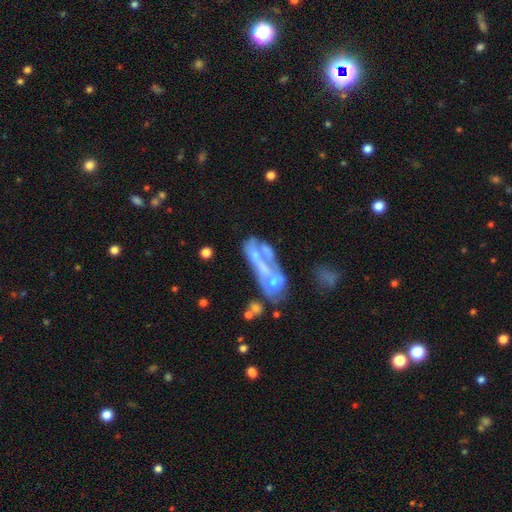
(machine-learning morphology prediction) smooth_or_featured: featured or disk (p=0.48) [alt: smooth p=0.39]
merging: merger (p=0.57) [alt: major disturbance p=0.19]